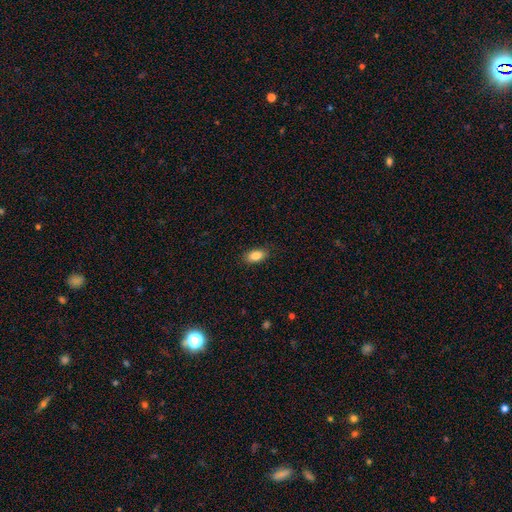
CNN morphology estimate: Smooth or featured?
  - smooth: 86% *
  - star or artifact: 8%
  - featured or disk: 6%
How rounded?
  - in between: 91% *
  - round: 5%
  - cigar-shaped: 5%
Merging?
  - none: 87% *
  - minor disturbance: 10%
  - major disturbance: 2%
  - merger: 1%